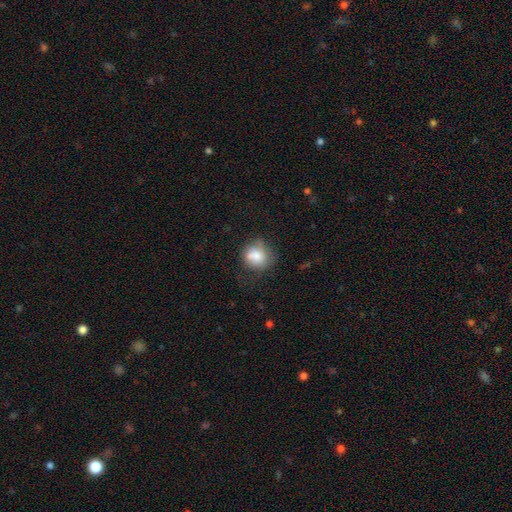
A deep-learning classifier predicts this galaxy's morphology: Smooth or featured: smooth — 76% (featured or disk — 14%)
How rounded: round — 76% (in between — 23%)
Merging: none — 53% (minor disturbance — 25%)